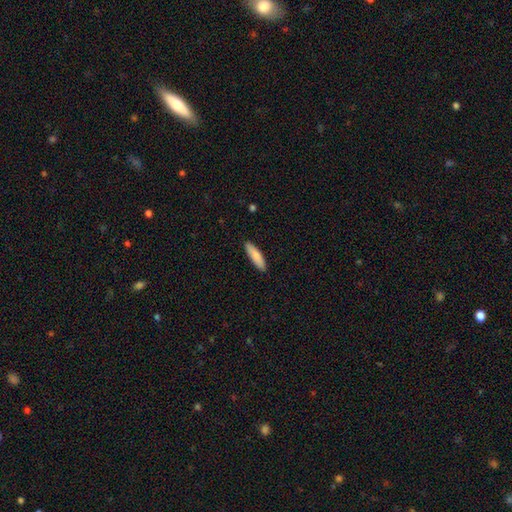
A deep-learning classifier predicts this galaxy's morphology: This appears to be a smooth galaxy with no disk features (85%) that is cigar-shaped (69%). Merging: none (90%).